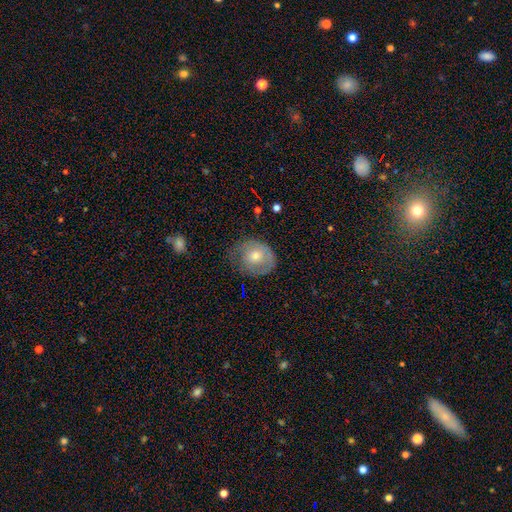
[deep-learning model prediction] Smooth or featured? Predicted: smooth (p=0.54). How rounded? Predicted: round (p=0.63). Merging? Predicted: none (p=0.50).